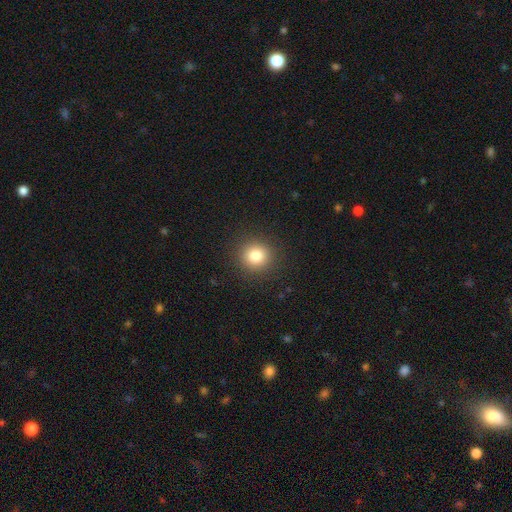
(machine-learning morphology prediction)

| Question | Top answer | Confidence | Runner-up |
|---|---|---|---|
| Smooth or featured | smooth | 82% | star or artifact (12%) |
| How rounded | round | 91% | in between (8%) |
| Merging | none | 91% | minor disturbance (6%) |